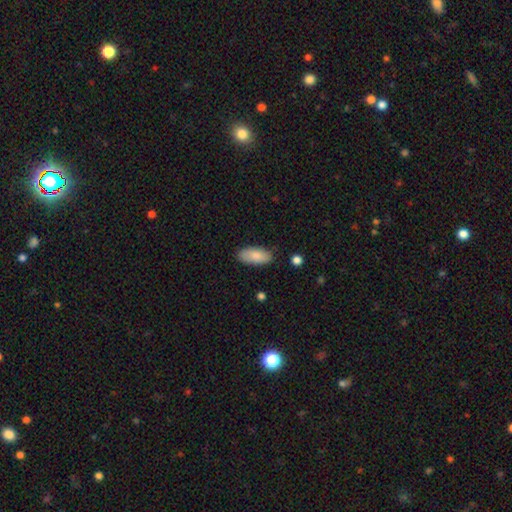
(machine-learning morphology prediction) Q: Smooth or featured?
A: smooth (85%); runner-up: featured or disk (9%)
Q: How rounded?
A: in between (88%); runner-up: cigar-shaped (10%)
Q: Merging?
A: none (83%); runner-up: minor disturbance (13%)